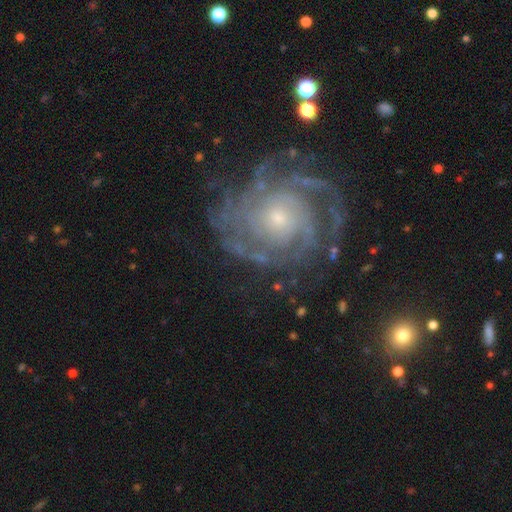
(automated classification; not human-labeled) Smooth or featured? Predicted: featured or disk (p=0.88). Edge-on disk? Predicted: no (p=0.98). Bar? Predicted: no (p=0.79). Spiral arms? Predicted: yes (p=0.97). Spiral winding? Predicted: tight (p=0.71). Spiral arm count? Predicted: can't tell (p=0.26). Bulge size? Predicted: small (p=0.59). Merging? Predicted: none (p=0.73).